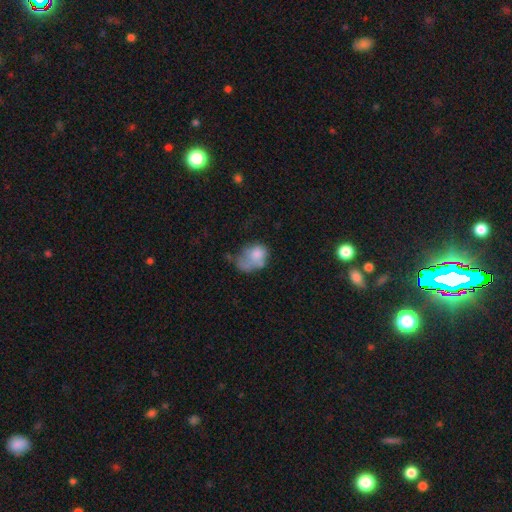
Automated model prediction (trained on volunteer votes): Smooth or featured? smooth (66%)
How rounded? in between (69%)
Merging? major disturbance (39%)